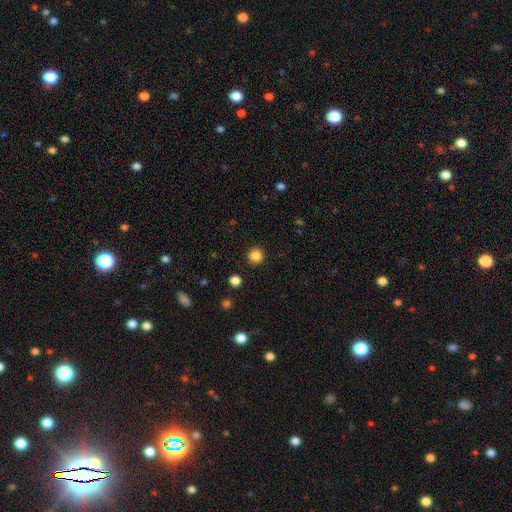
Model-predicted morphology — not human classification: Smooth or featured?
  - smooth: 85% *
  - star or artifact: 12%
  - featured or disk: 3%
How rounded?
  - round: 95% *
  - in between: 4%
  - cigar-shaped: 1%
Merging?
  - none: 92% *
  - minor disturbance: 5%
  - major disturbance: 2%
  - merger: 1%